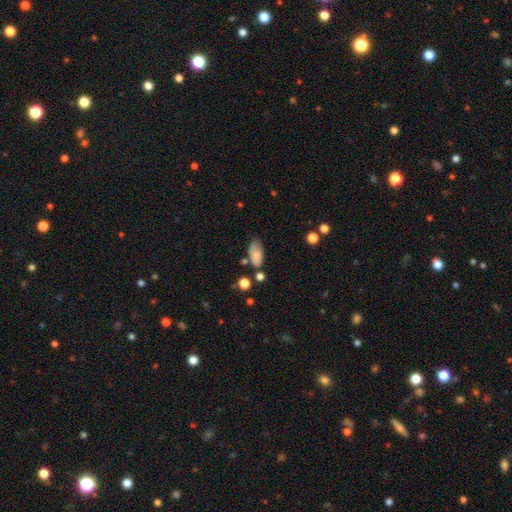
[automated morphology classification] Smooth or featured? Predicted: smooth (p=0.77). How rounded? Predicted: in between (p=0.91). Merging? Predicted: none (p=0.56).